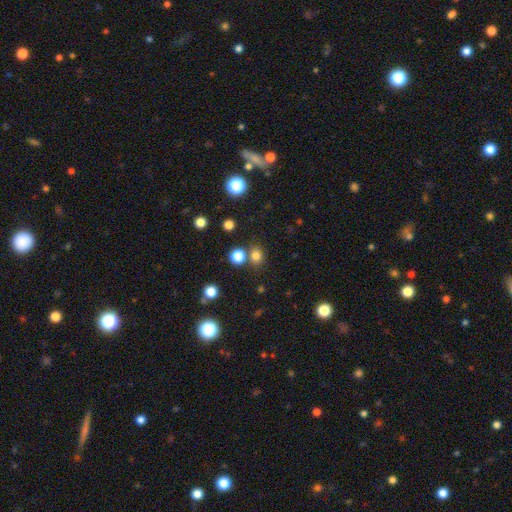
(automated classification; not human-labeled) This appears to be a smooth galaxy with no disk features (77%) that is round (73%). Merging: none (72%).